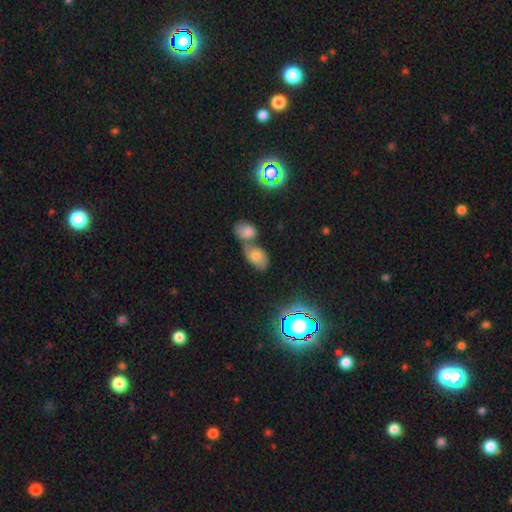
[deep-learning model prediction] smooth 62%, star or artifact 19%, featured or disk 18%. Down the decision tree: how rounded — in between (87%); merging — merger (51%).